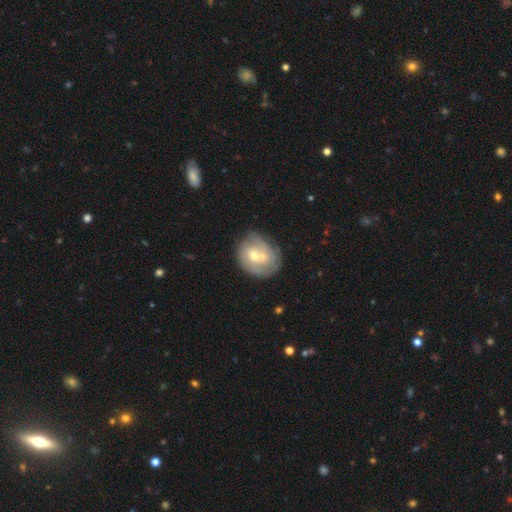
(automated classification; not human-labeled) featured or disk 53%, smooth 40%, star or artifact 6%. Down the decision tree: edge-on disk — no (97%); bar — no (73%); spiral arms — no (54%); bulge size — moderate (50%); merging — merger (44%).